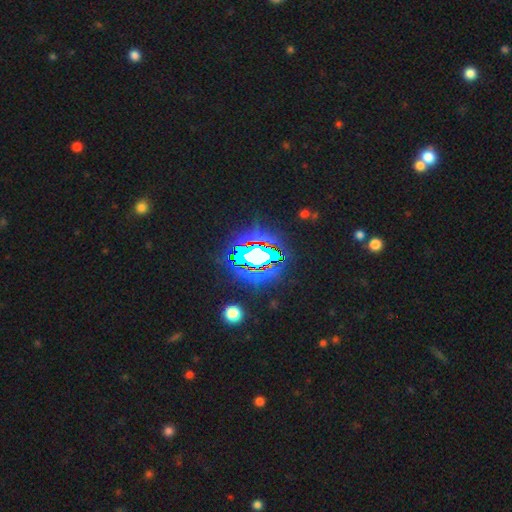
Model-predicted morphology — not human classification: Smooth or featured? star or artifact (72%)